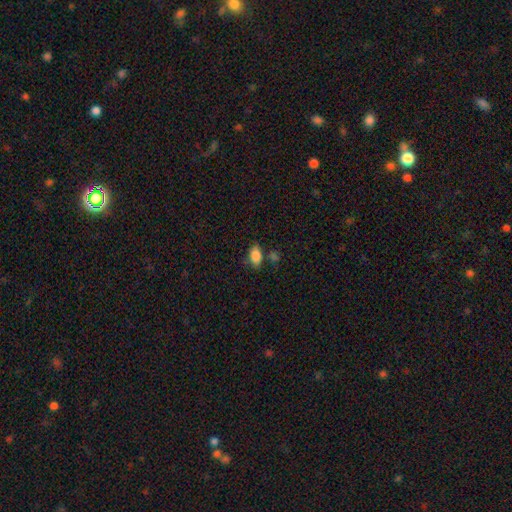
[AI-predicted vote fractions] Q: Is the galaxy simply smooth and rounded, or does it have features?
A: smooth — 86%.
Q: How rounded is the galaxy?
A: in between — 90%.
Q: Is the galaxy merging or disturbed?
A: none — 70%.